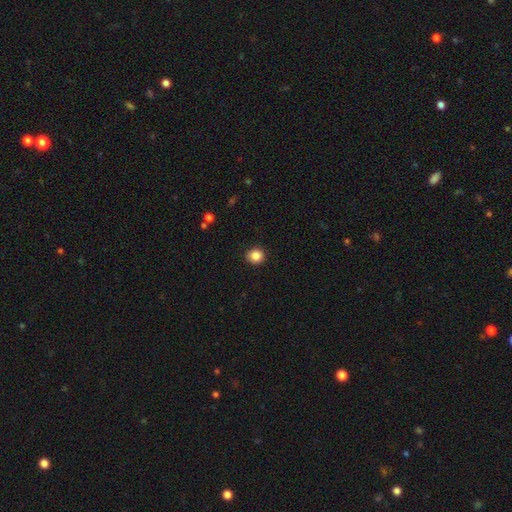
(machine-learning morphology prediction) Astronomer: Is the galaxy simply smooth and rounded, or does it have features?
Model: smooth — 86%.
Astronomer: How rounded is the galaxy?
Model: round — 89%.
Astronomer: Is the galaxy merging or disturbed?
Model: none — 92%.